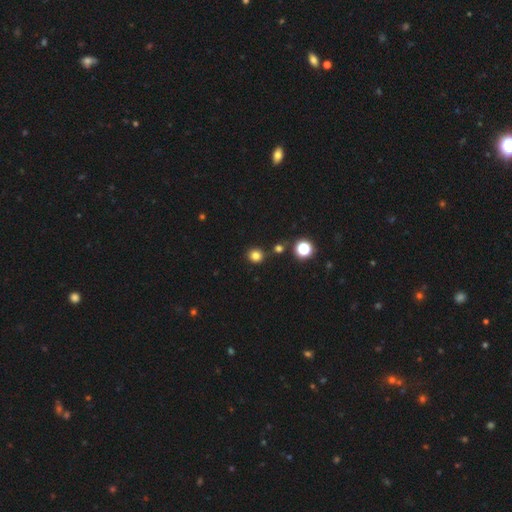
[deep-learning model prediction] smooth-or-featured: smooth: 79% | star or artifact: 16% | featured or disk: 5%
  how-rounded: round: 87% | in between: 12% | cigar-shaped: 1%
  merging: none: 86% | minor disturbance: 7% | merger: 5% | major disturbance: 2%